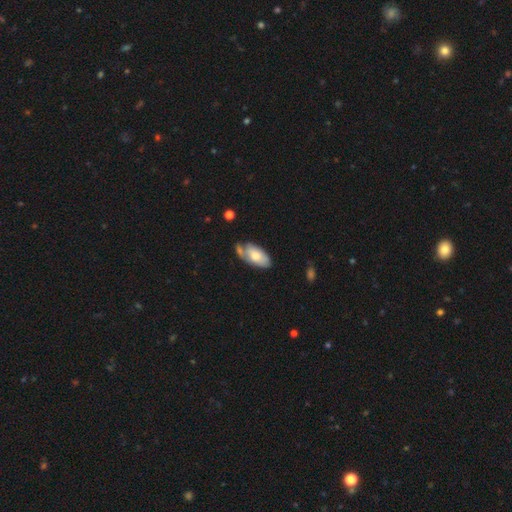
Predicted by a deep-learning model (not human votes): Q: Smooth or featured?
A: smooth (67%); runner-up: featured or disk (27%)
Q: How rounded?
A: in between (93%); runner-up: cigar-shaped (4%)
Q: Merging?
A: none (47%); runner-up: minor disturbance (28%)